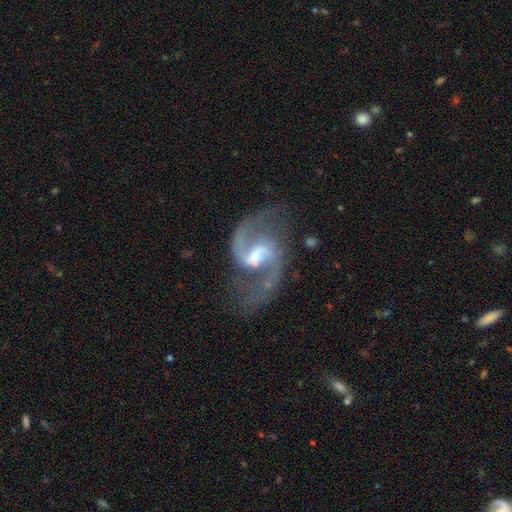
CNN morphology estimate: A featured or disk galaxy (92%) with a weak bar (56%), 2 (94%) loose (47%) spiral arms (98%) and a small central bulge (55%).

Vote fractions:
- Smooth or featured? featured or disk: 92% / star or artifact: 5% / smooth: 3%
- Edge-on disk? no: 98% / yes: 2%
- Bar? weak: 56% / strong: 23% / no: 20%
- Spiral arms? yes: 98% / no: 2%
- Spiral winding? loose: 47% / medium: 46% / tight: 7%
- Spiral arm count? 2: 94% / can't tell: 2% / 1: 2% / 3: 1% / 4: 1% / more than 4: 1%
- Bulge size? small: 55% / moderate: 35% / none: 6% / large: 3% / dominant: 1%
- Merging? none: 68% / minor disturbance: 16% / major disturbance: 13% / merger: 3%